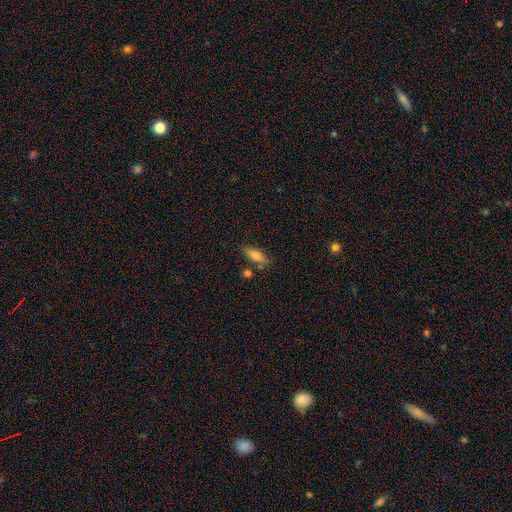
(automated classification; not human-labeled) This appears to be a smooth galaxy with no disk features (83%) that is in between round and cigar-shaped (66%). Merging: none (72%).